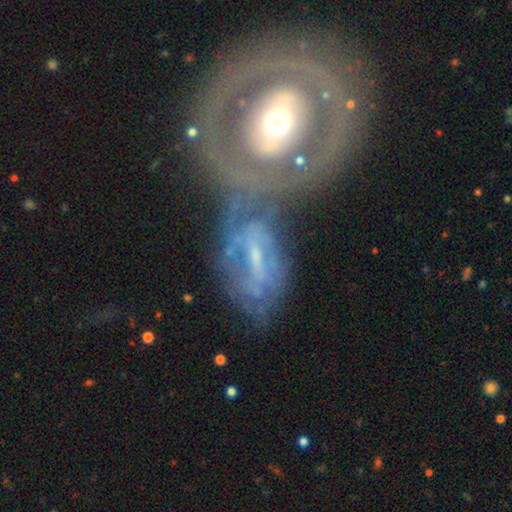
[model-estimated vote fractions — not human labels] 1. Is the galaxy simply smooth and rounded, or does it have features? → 78% featured or disk, 15% smooth, 7% star or artifact.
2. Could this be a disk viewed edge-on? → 94% no, 6% yes.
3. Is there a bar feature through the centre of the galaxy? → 40% strong, 37% weak, 22% no.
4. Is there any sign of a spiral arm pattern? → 72% yes, 28% no.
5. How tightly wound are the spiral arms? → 51% tight, 34% medium, 15% loose.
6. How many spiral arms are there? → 43% can't tell, 38% 2, 7% 3, 5% 1, 3% 4, 3% more than 4.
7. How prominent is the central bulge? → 53% small, 35% moderate, 7% none, 4% large, 2% dominant.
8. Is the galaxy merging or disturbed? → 49% merger, 27% none, 12% major disturbance, 12% minor disturbance.